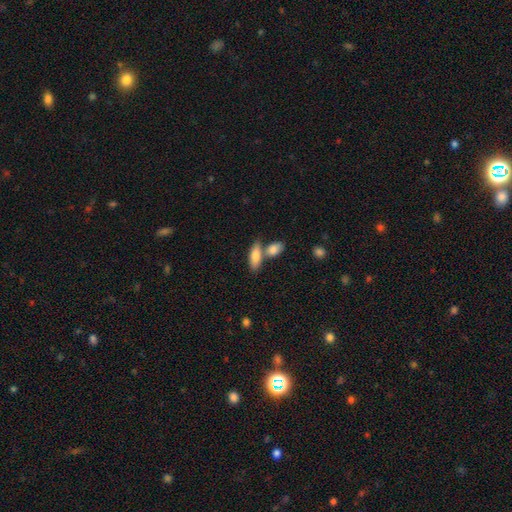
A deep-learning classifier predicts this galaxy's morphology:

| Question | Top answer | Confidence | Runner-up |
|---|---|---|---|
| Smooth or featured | smooth | 78% | featured or disk (15%) |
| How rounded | in between | 67% | cigar-shaped (30%) |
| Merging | none | 49% | merger (37%) |